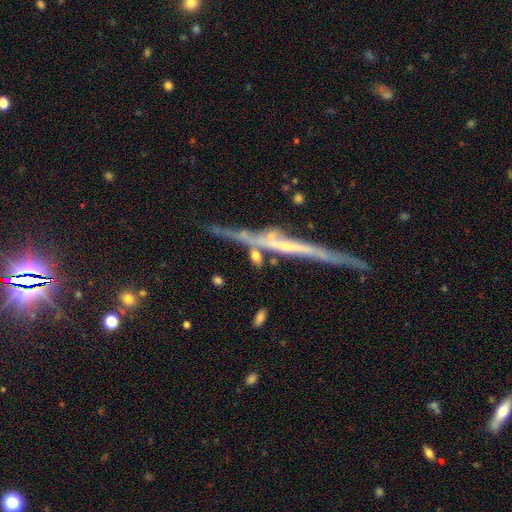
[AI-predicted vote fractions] A featured or disk galaxy (48%). Merging: none (50%).